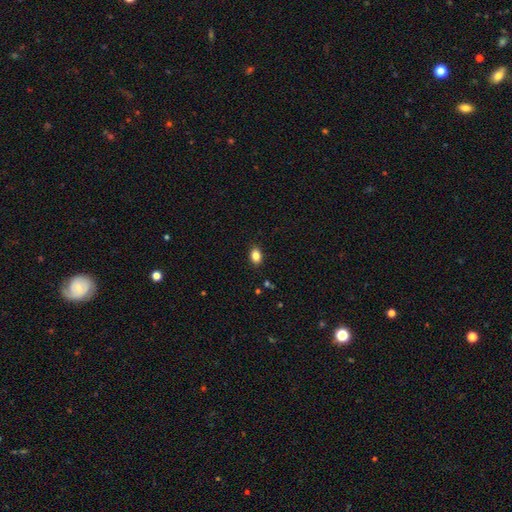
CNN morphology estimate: A smooth galaxy with no disk features (84%) that is in between round and cigar-shaped (80%). Merging: none (88%).